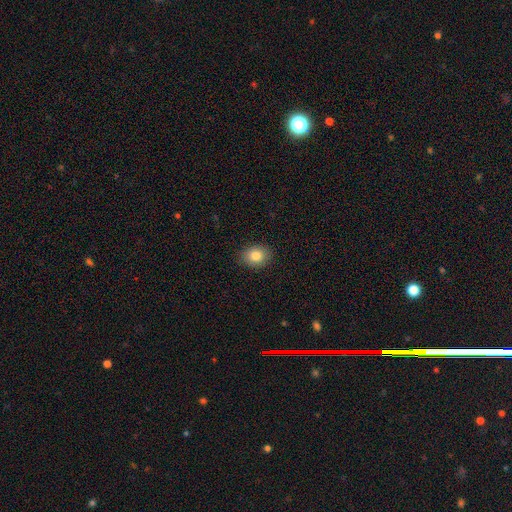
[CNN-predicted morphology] smooth-or-featured: smooth: 83% | star or artifact: 9% | featured or disk: 8%
  how-rounded: in between: 52% | round: 47% | cigar-shaped: 1%
  merging: none: 89% | minor disturbance: 8% | major disturbance: 2% | merger: 1%